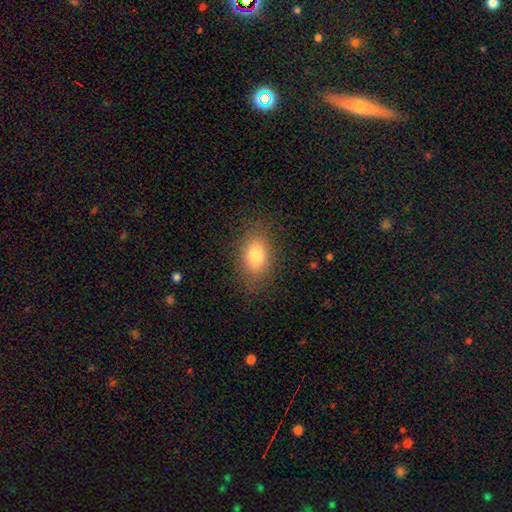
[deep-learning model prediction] Smooth or featured? Predicted: smooth (p=0.80). How rounded? Predicted: in between (p=0.84). Merging? Predicted: none (p=0.83).